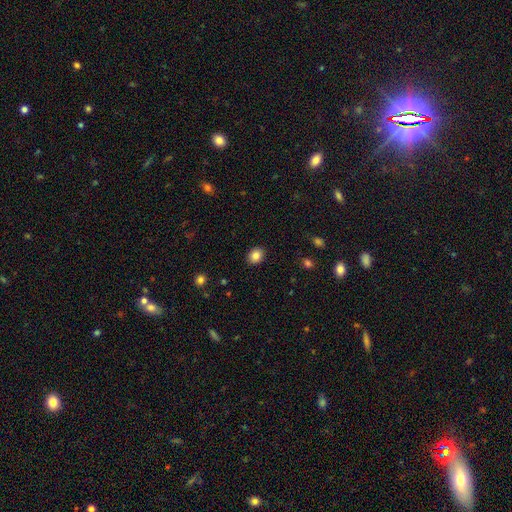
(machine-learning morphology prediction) Smooth or featured? smooth (84%)
How rounded? round (51%)
Merging? none (90%)